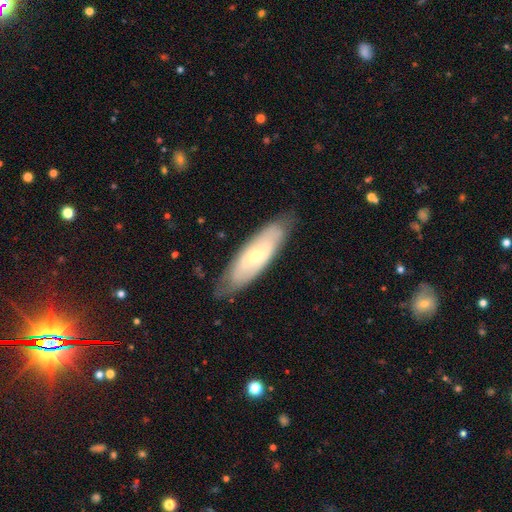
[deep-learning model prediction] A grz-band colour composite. It shows a featured or disk galaxy (56%). Merging: none (79%).